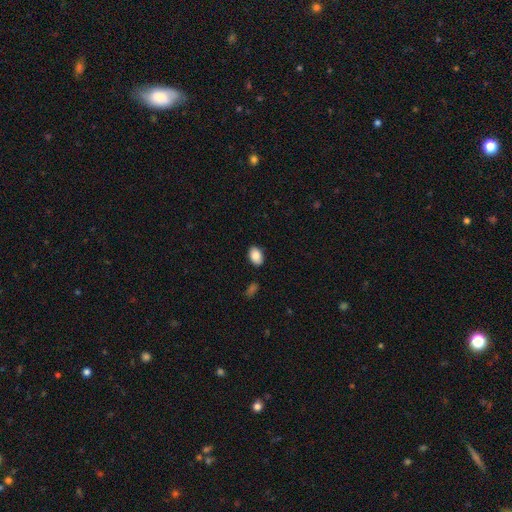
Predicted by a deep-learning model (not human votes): Q: Smooth or featured?
A: smooth (85%); runner-up: featured or disk (8%)
Q: How rounded?
A: in between (89%); runner-up: round (10%)
Q: Merging?
A: none (87%); runner-up: minor disturbance (9%)